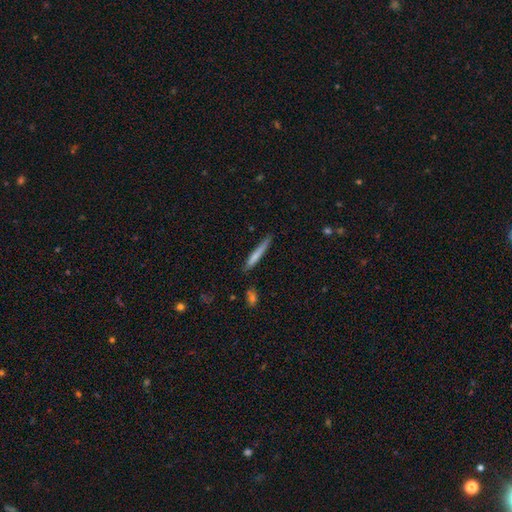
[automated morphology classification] Smooth or featured: smooth — 71% (featured or disk — 23%)
How rounded: cigar-shaped — 96% (in between — 3%)
Merging: none — 78% (minor disturbance — 17%)